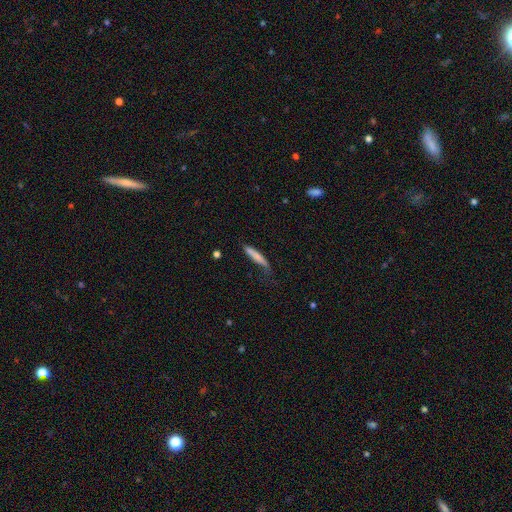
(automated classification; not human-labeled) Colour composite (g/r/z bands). It shows a smooth galaxy with no disk features (77%) that is cigar-shaped (90%). Merging: none (58%).